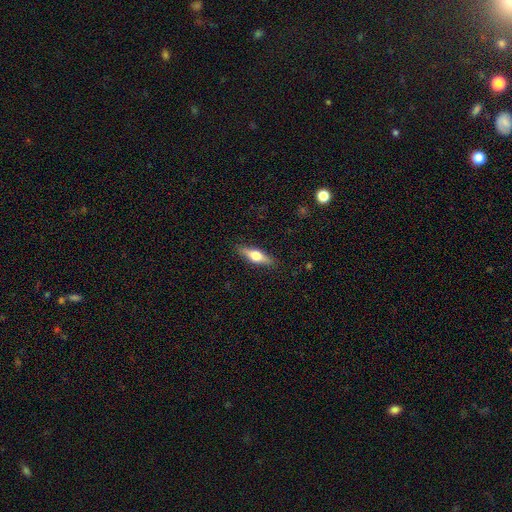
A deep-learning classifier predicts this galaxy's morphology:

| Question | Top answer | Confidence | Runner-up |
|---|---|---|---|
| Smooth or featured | smooth | 48% | featured or disk (45%) |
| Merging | none | 87% | minor disturbance (10%) |